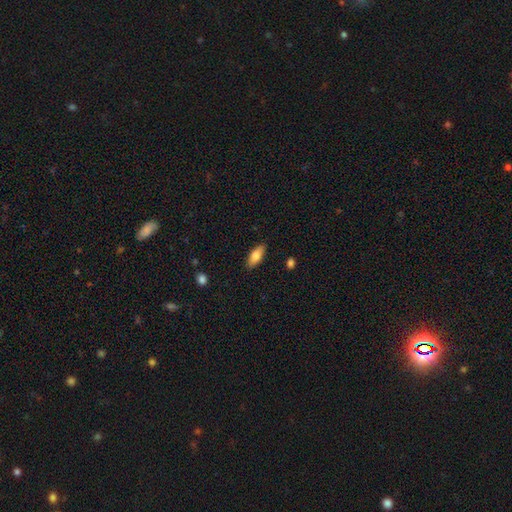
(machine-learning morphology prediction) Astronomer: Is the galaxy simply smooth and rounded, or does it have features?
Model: smooth — 78%.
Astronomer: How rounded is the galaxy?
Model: in between — 76%.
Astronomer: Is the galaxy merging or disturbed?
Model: none — 87%.